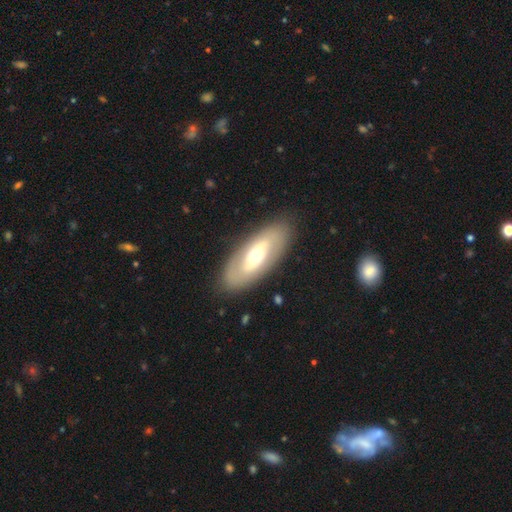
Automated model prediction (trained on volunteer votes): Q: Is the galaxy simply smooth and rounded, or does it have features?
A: featured or disk — 55%.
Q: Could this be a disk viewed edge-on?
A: no — 84%.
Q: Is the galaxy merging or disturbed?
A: none — 86%.